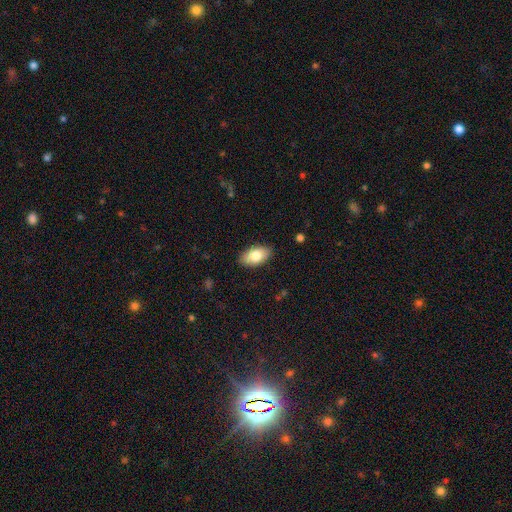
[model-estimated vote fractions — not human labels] Smooth or featured?
  - smooth: 80% *
  - featured or disk: 13%
  - star or artifact: 6%
How rounded?
  - in between: 94% *
  - round: 4%
  - cigar-shaped: 3%
Merging?
  - none: 88% *
  - minor disturbance: 9%
  - major disturbance: 2%
  - merger: 1%